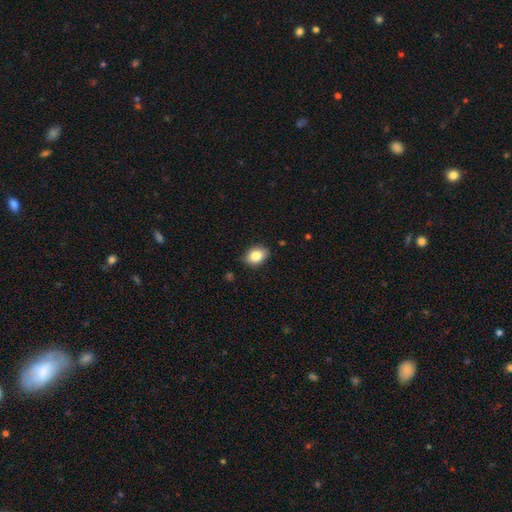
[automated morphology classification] type=smooth (82%); roundness=in between (78%); merging=none (82%).